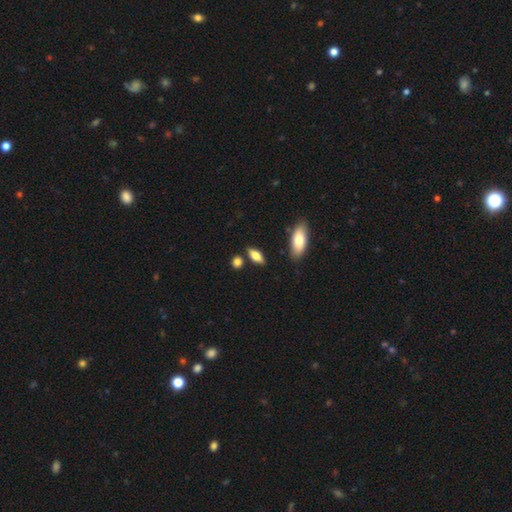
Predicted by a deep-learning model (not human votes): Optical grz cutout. It shows a smooth galaxy with no disk features (75%) that is in between round and cigar-shaped (73%). Merging: none (79%).